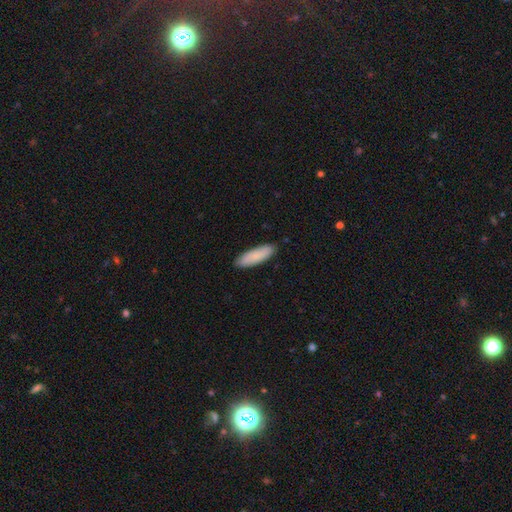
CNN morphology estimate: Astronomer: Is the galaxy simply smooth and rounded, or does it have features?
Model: smooth — 85%.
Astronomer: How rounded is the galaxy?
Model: cigar-shaped — 55% (runner-up: in between, 44%).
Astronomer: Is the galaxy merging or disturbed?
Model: none — 88%.